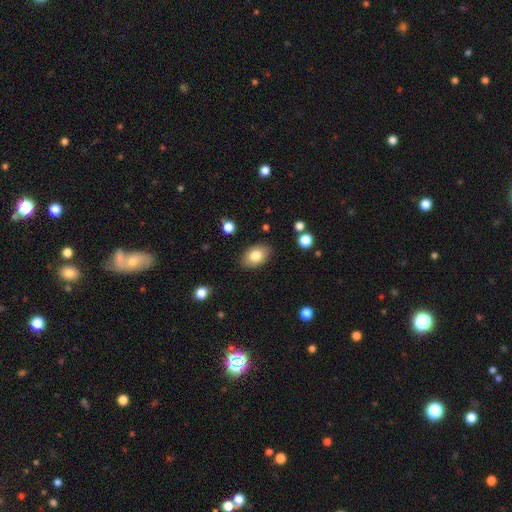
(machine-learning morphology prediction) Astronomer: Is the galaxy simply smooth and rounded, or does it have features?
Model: smooth — 81%.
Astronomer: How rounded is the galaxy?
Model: in between — 85%.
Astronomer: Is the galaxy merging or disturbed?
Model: none — 86%.